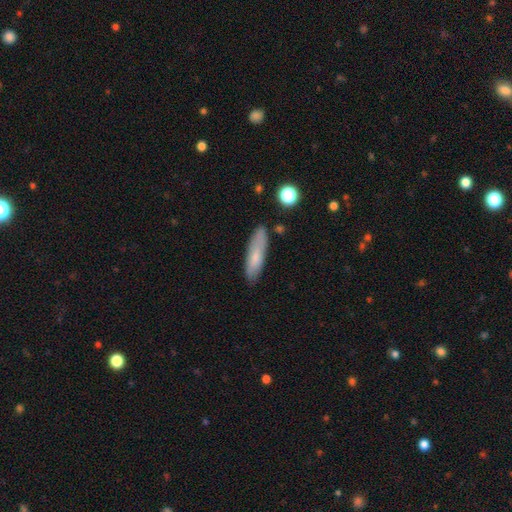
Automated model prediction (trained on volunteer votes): Smooth or featured? smooth (74%)
How rounded? cigar-shaped (66%)
Merging? none (81%)